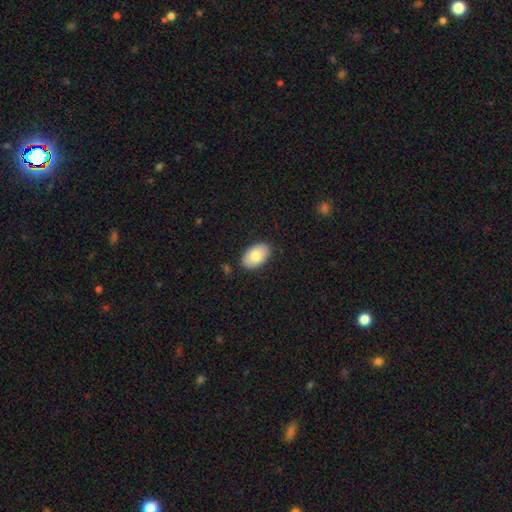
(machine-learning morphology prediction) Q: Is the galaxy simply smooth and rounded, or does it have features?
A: smooth — 81%.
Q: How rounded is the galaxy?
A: in between — 93%.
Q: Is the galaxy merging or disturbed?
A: none — 87%.